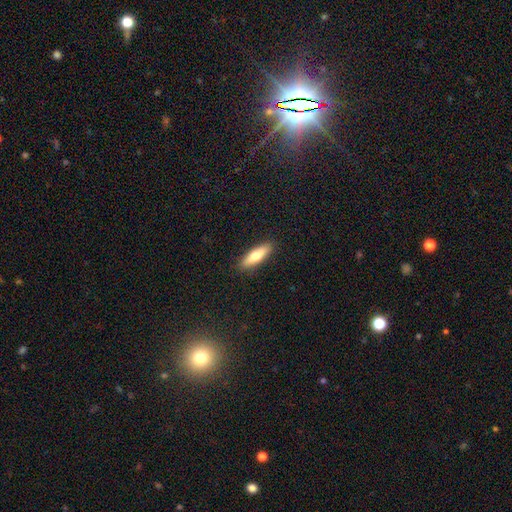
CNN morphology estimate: type=smooth (70%); roundness=cigar-shaped (60%); merging=none (90%).